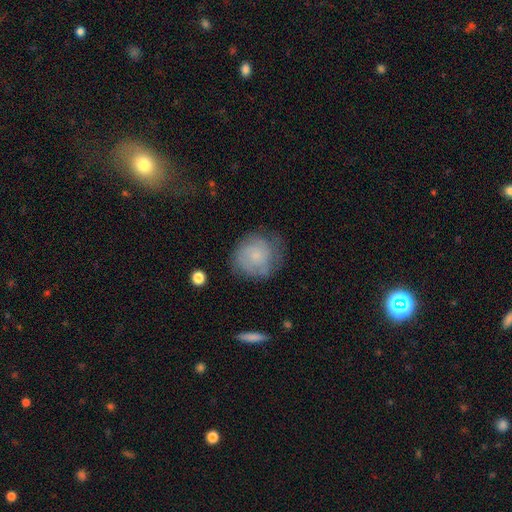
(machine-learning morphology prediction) smooth-or-featured: smooth: 54% | featured or disk: 37% | star or artifact: 8%
  how-rounded: round: 84% | in between: 15% | cigar-shaped: 1%
  merging: none: 63% | minor disturbance: 24% | major disturbance: 11% | merger: 2%